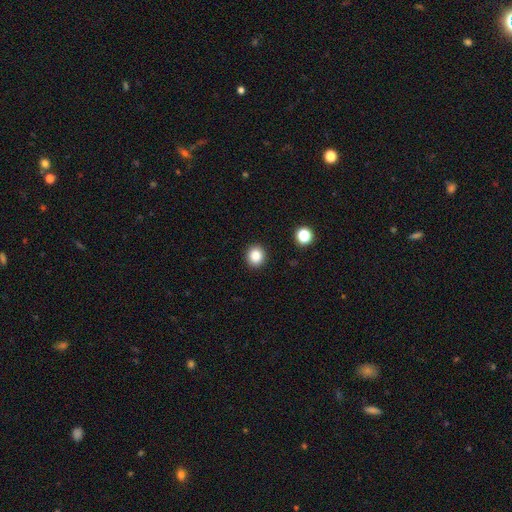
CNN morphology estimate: A smooth galaxy with no disk features (86%) that is round (83%).

Vote fractions:
- Smooth or featured? smooth: 86% / star or artifact: 11% / featured or disk: 4%
- How rounded? round: 83% / in between: 16% / cigar-shaped: 1%
- Merging? none: 91% / minor disturbance: 6% / major disturbance: 2% / merger: 1%